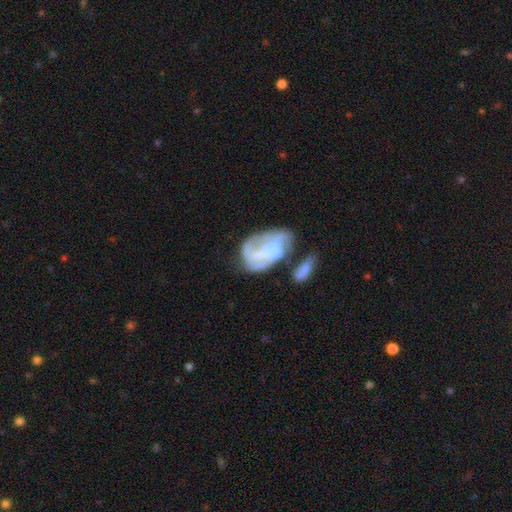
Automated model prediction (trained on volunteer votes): This is likely a featured or disk galaxy (62%). It is clearly not viewed edge-on (97%). Bar: likely no (61%). Spiral arm pattern: possibly yes (60%). Central bulge: possibly none (54%). Merging: marginally major disturbance (31%).